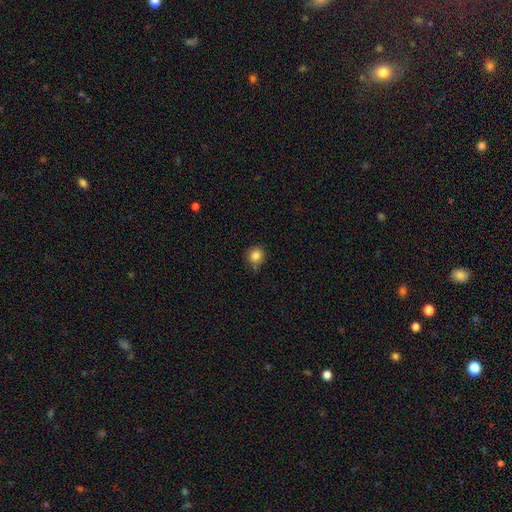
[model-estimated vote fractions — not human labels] smooth_or_featured: smooth (p=0.84) [alt: star or artifact p=0.10]
how_rounded: round (p=0.87) [alt: in between p=0.12]
merging: none (p=0.73) [alt: minor disturbance p=0.21]